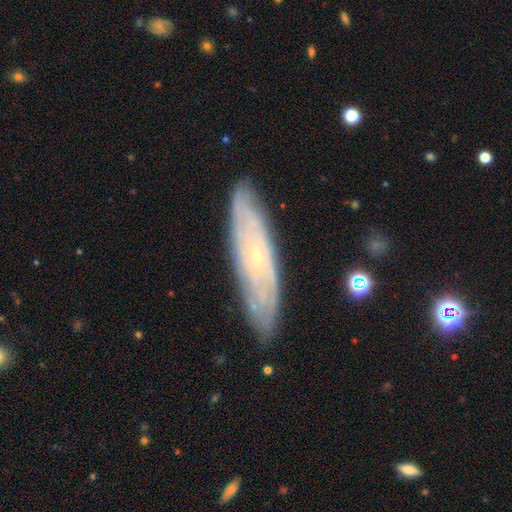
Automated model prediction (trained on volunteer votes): This is likely a featured or disk galaxy (75%). It is likely not viewed edge-on (70%). Bar: likely no (77%). Spiral arm pattern: clearly yes (85%). Central bulge: clearly small (87%). Merging: clearly none (84%).